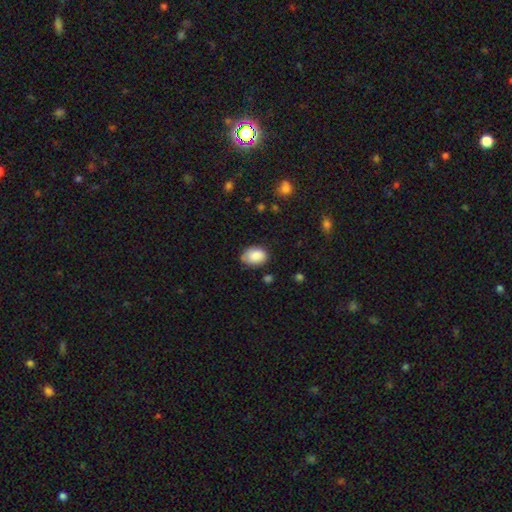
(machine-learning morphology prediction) smooth_or_featured: smooth (p=0.84) [alt: featured or disk p=0.08]
how_rounded: in between (p=0.76) [alt: round p=0.23]
merging: none (p=0.67) [alt: minor disturbance p=0.25]